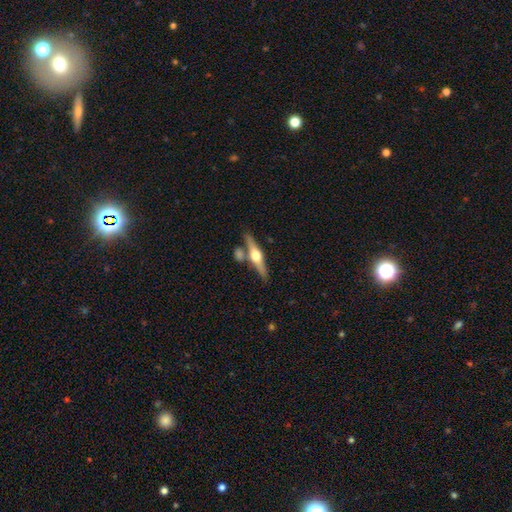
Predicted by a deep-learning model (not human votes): A featured or disk galaxy (73%) viewed edge-on (96%) with a rounded central bulge (95%). Merging: none (74%).